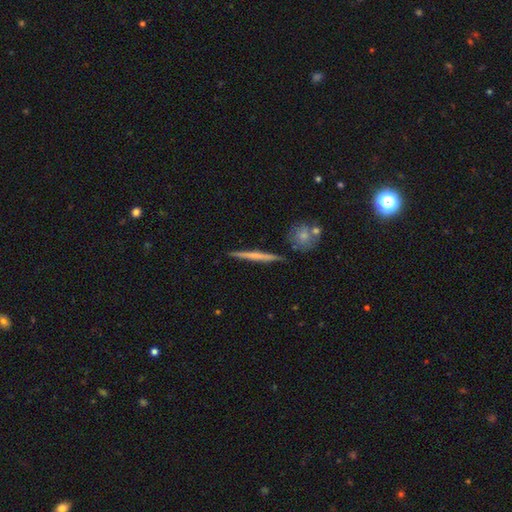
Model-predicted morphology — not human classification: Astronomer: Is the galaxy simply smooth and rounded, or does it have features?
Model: featured or disk — 48% (runner-up: smooth, 47%).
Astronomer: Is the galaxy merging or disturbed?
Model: none — 89%.